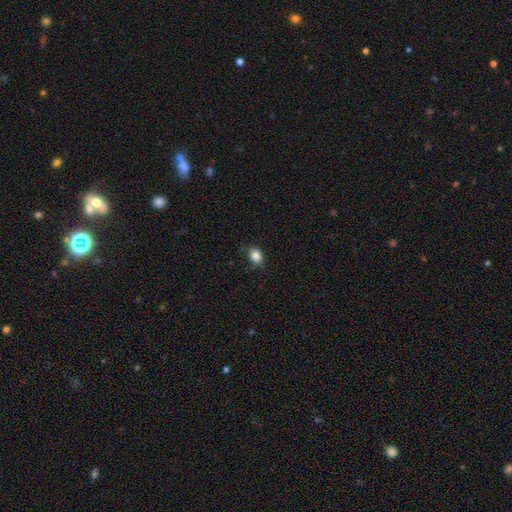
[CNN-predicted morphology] A smooth galaxy with no disk features (84%) that is in between round and cigar-shaped (68%). Merging: none (82%).